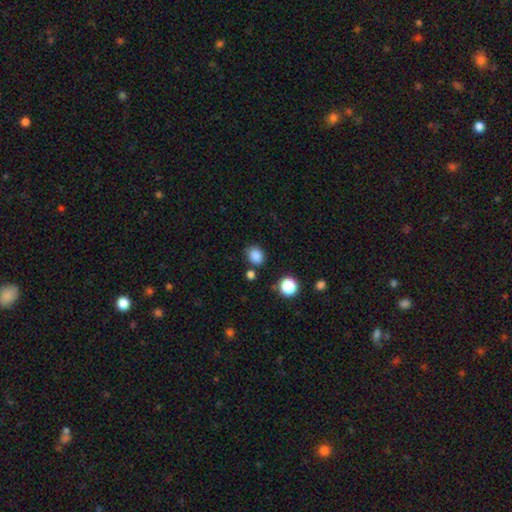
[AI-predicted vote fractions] A smooth galaxy with no disk features (84%) that is round (57%). Merging: none (76%).